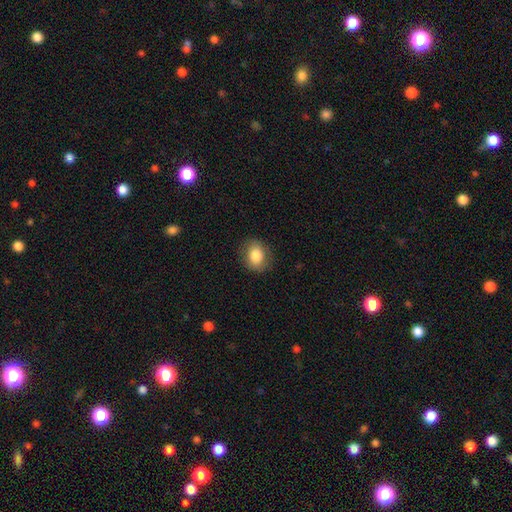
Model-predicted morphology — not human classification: A smooth galaxy with no disk features (82%) that is round (52%).

Vote fractions:
- Smooth or featured? smooth: 82% / featured or disk: 10% / star or artifact: 8%
- How rounded? round: 52% / in between: 46% / cigar-shaped: 1%
- Merging? none: 84% / minor disturbance: 11% / major disturbance: 3% / merger: 1%